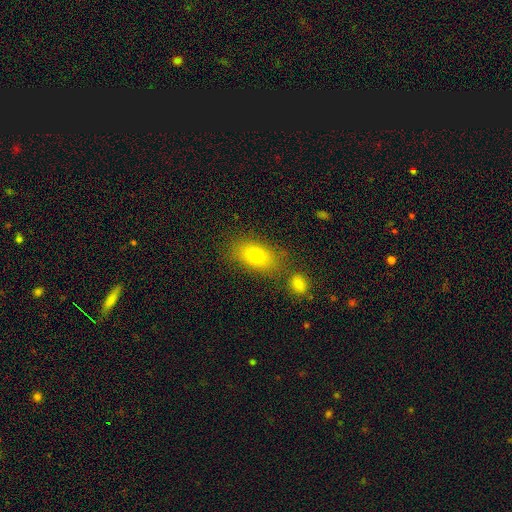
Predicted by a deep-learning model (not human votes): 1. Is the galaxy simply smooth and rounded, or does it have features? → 76% smooth, 14% featured or disk, 11% star or artifact.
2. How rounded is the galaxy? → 84% in between, 12% round, 4% cigar-shaped.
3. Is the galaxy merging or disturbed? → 71% none, 13% minor disturbance, 11% merger, 5% major disturbance.